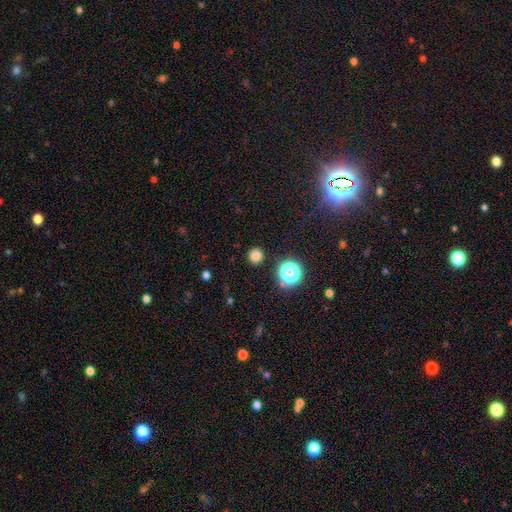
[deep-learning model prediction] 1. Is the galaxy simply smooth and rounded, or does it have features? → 79% smooth, 16% star or artifact, 4% featured or disk.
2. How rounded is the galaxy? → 93% round, 6% in between, 1% cigar-shaped.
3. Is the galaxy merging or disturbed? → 91% none, 6% minor disturbance, 2% major disturbance, 2% merger.